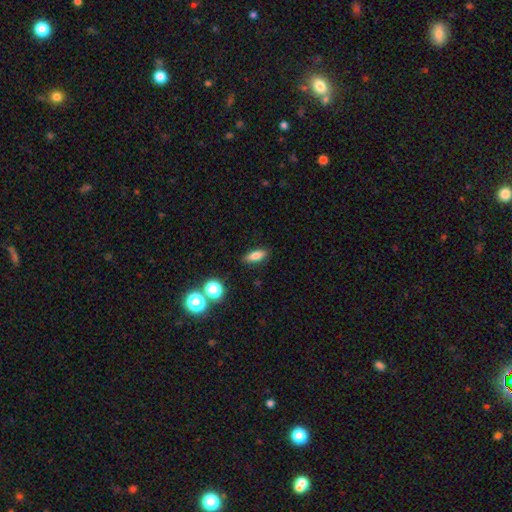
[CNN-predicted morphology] smooth_or_featured: smooth (p=0.78) [alt: featured or disk p=0.12]
how_rounded: in between (p=0.68) [alt: cigar-shaped p=0.27]
merging: none (p=0.88) [alt: minor disturbance p=0.08]